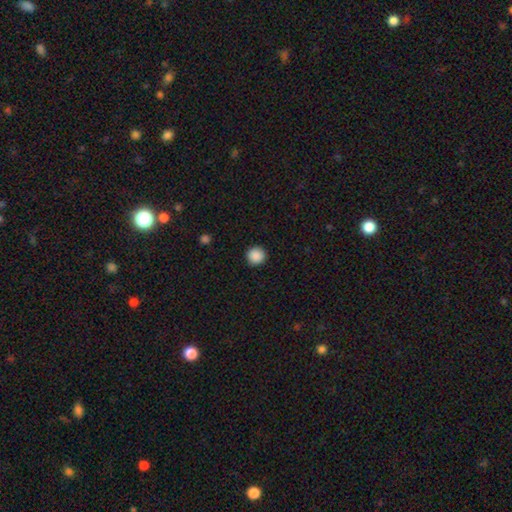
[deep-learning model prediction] Q: Smooth or featured?
A: smooth (89%); runner-up: star or artifact (9%)
Q: How rounded?
A: round (95%); runner-up: in between (4%)
Q: Merging?
A: none (93%); runner-up: minor disturbance (5%)